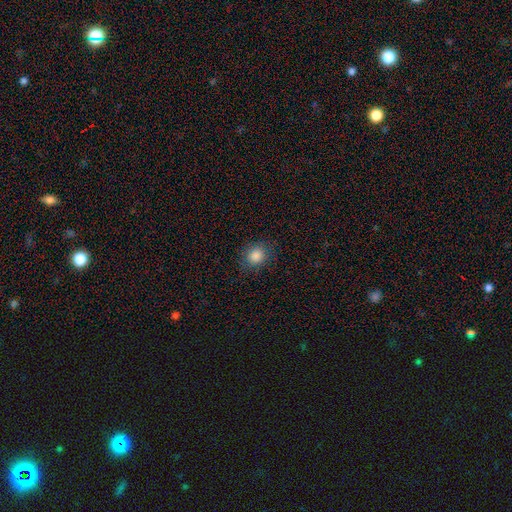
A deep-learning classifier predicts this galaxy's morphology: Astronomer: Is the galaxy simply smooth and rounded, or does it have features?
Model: smooth — 86%.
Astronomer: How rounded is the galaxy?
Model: round — 67%.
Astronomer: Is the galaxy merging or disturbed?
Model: none — 84%.